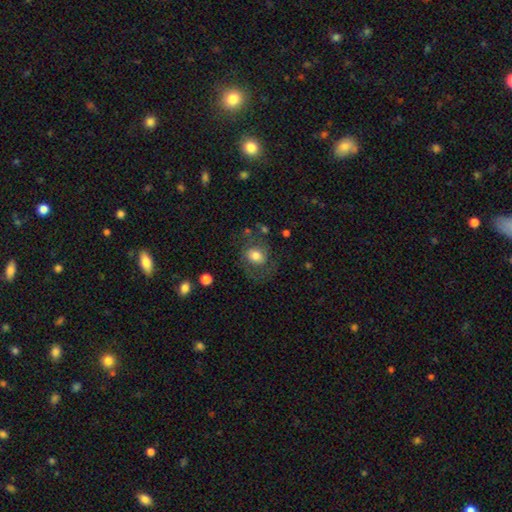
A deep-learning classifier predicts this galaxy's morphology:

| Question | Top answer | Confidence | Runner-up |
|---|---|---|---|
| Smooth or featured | smooth | 64% | featured or disk (27%) |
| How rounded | round | 56% | in between (43%) |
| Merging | none | 62% | minor disturbance (18%) |